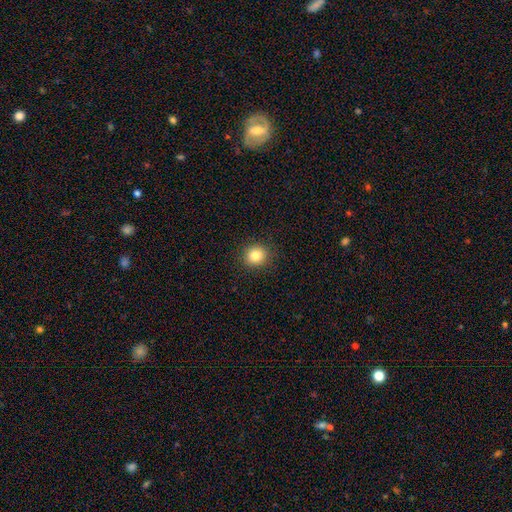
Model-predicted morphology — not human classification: A smooth galaxy with no disk features (83%) that is round (85%). Merging: none (91%).